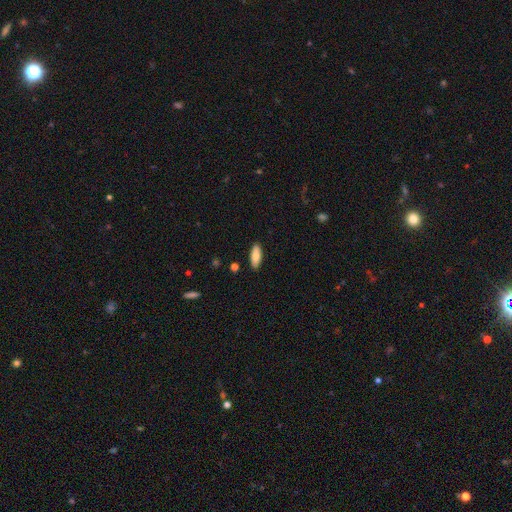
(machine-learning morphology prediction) type=smooth (82%); roundness=in between (73%); merging=none (89%).